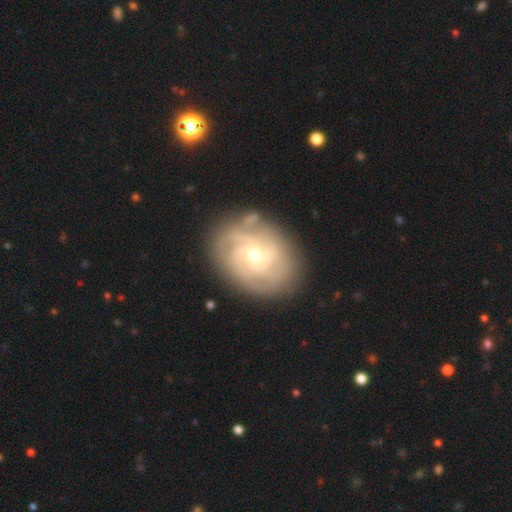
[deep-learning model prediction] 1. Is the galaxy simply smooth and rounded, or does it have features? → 81% featured or disk, 13% smooth, 6% star or artifact.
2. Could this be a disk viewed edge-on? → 97% no, 3% yes.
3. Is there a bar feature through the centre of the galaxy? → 66% no, 30% weak, 4% strong.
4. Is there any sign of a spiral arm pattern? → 94% yes, 6% no.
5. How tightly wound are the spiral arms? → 60% tight, 32% medium, 8% loose.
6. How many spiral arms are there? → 31% can't tell, 26% 3, 17% 4, 16% 2, 6% more than 4, 5% 1.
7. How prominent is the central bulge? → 52% moderate, 43% small, 4% large, 1% none, 1% dominant.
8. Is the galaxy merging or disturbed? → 77% none, 16% minor disturbance, 6% major disturbance, 2% merger.